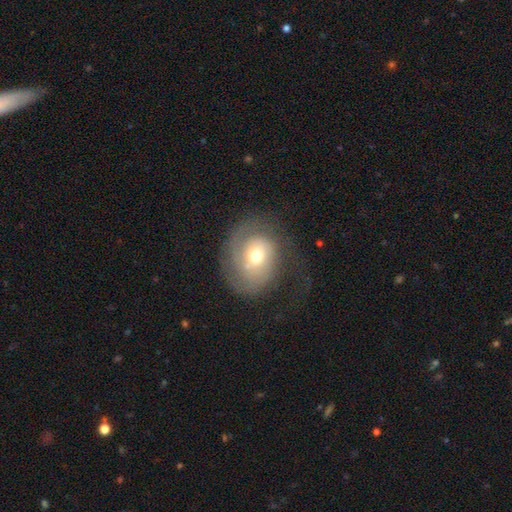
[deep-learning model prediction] Smooth or featured? featured or disk (46%)
Merging? none (46%)